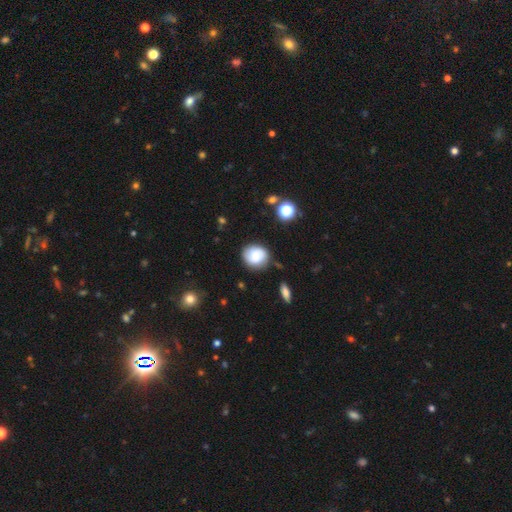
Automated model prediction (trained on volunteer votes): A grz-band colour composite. It shows a smooth galaxy with no disk features (78%) that is round (75%). Merging: none (75%).